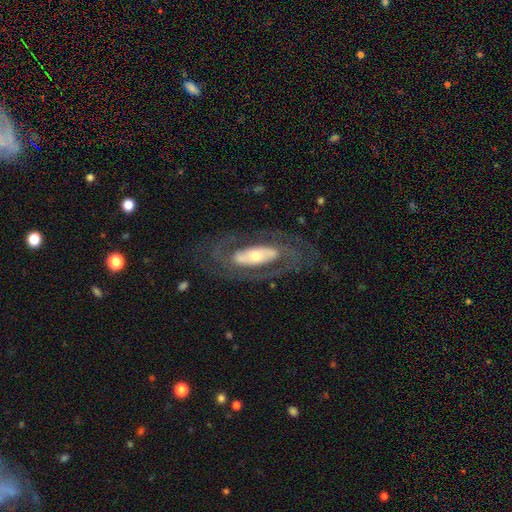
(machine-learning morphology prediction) smooth-or-featured: featured or disk: 78% | smooth: 17% | star or artifact: 6%
  disk-edge-on: no: 88% | yes: 12%
    bar: no: 51% | strong: 27% | weak: 22%
    has-spiral-arms: yes: 74% | no: 26%
      spiral-winding: tight: 45% | medium: 39% | loose: 16%
      spiral-arm-count: 2: 69% | can't tell: 20% | 1: 4% | 3: 4% | 4: 2% | more than 4: 2%
    bulge-size: moderate: 45% | small: 38% | large: 13% | dominant: 2% | none: 2%
  merging: none: 72% | minor disturbance: 14% | major disturbance: 12% | merger: 2%